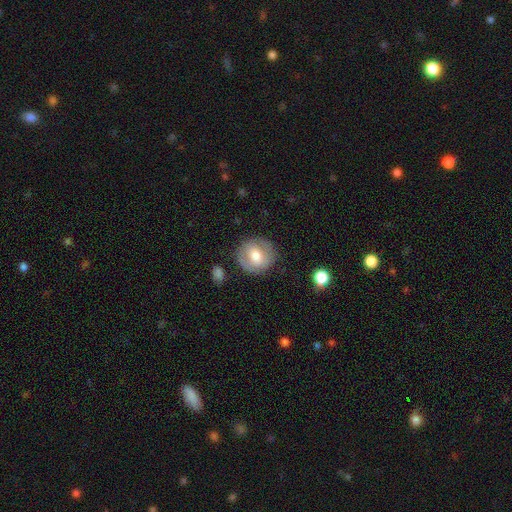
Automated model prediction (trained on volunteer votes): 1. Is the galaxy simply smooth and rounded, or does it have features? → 53% smooth, 39% featured or disk, 7% star or artifact.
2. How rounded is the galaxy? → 88% round, 11% in between, 1% cigar-shaped.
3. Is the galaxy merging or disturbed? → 83% none, 11% minor disturbance, 4% major disturbance, 2% merger.